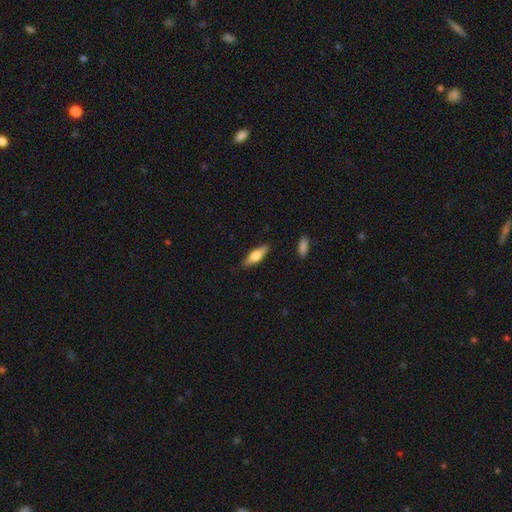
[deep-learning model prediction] smooth 51%, featured or disk 43%, star or artifact 6%. Down the decision tree: how rounded — cigar-shaped (57%); merging — none (87%).